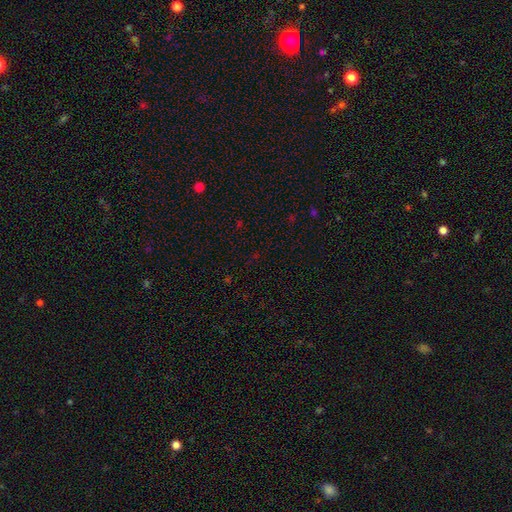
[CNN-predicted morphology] Smooth or featured: star or artifact — 65% (smooth — 28%)